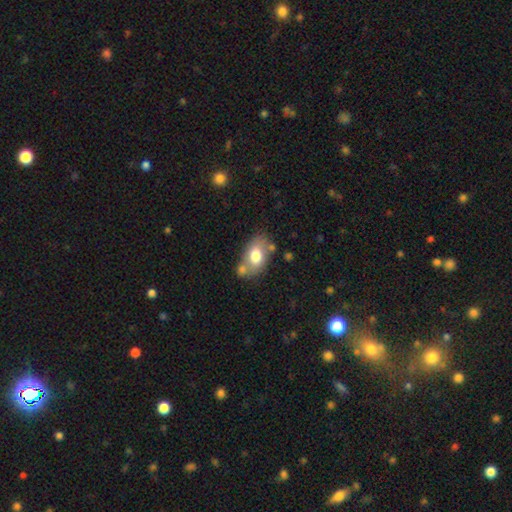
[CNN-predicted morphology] A smooth galaxy with no disk features (70%) that is in between round and cigar-shaped (89%).

Vote fractions:
- Smooth or featured? smooth: 70% / featured or disk: 23% / star or artifact: 7%
- How rounded? in between: 89% / round: 9% / cigar-shaped: 2%
- Merging? none: 55% / merger: 20% / minor disturbance: 19% / major disturbance: 6%